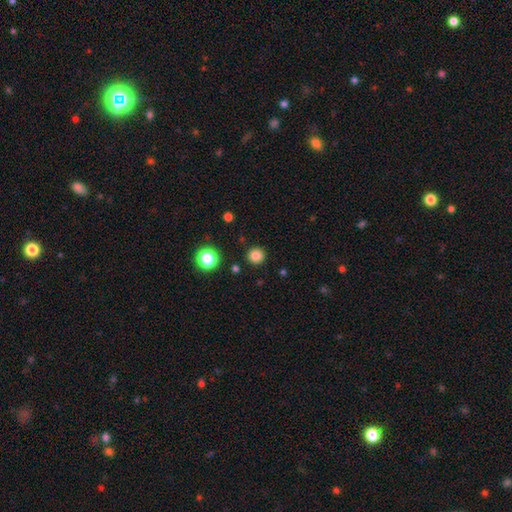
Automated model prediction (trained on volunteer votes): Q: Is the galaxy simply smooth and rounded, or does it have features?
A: smooth — 83%.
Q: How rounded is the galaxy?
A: round — 95%.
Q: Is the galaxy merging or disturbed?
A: none — 91%.